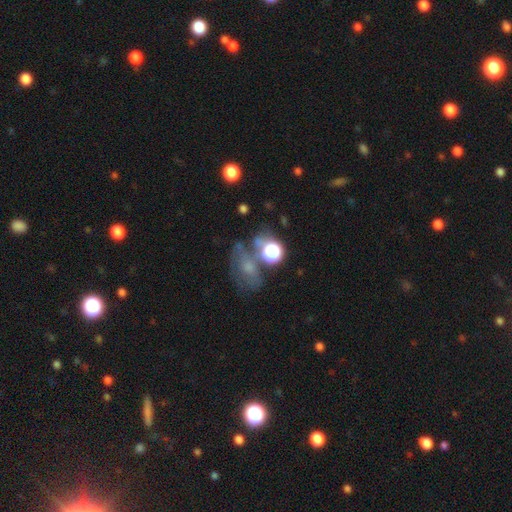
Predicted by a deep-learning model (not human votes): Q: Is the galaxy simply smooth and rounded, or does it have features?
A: star or artifact — 45%.